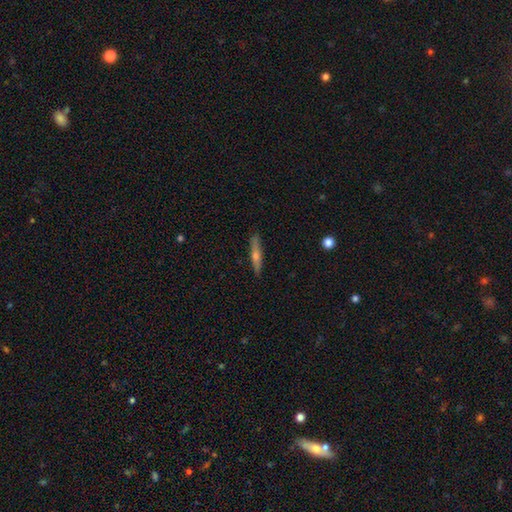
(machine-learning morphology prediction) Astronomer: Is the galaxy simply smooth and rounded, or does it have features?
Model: featured or disk — 57% (runner-up: smooth, 36%).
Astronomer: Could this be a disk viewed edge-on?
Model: yes — 94%.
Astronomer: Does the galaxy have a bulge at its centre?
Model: rounded — 82%.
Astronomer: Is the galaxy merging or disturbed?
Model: none — 89%.